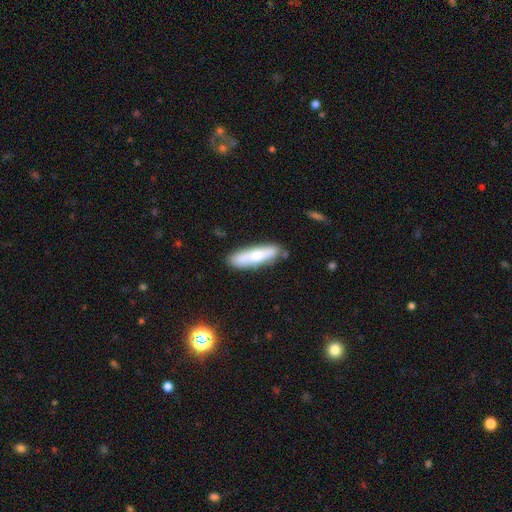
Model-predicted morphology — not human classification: Q: Smooth or featured?
A: smooth (64%); runner-up: featured or disk (30%)
Q: How rounded?
A: cigar-shaped (66%); runner-up: in between (32%)
Q: Merging?
A: none (79%); runner-up: minor disturbance (14%)